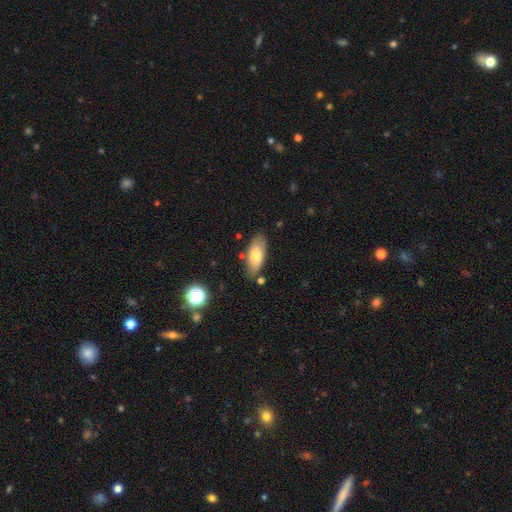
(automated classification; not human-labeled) Smooth or featured: smooth — 74% (featured or disk — 20%)
How rounded: in between — 82% (cigar-shaped — 15%)
Merging: none — 78% (minor disturbance — 15%)